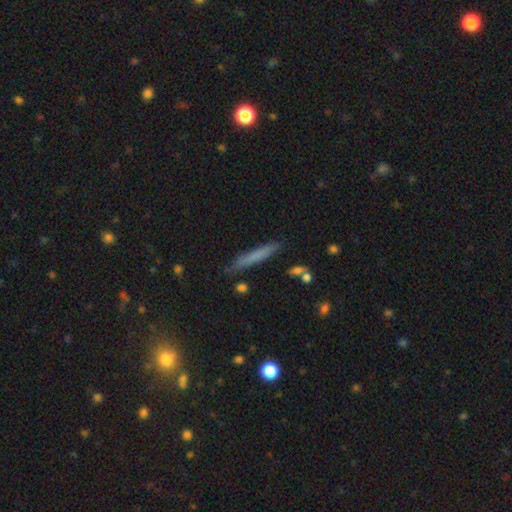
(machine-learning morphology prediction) type=smooth (68%); roundness=cigar-shaped (95%); merging=none (85%).